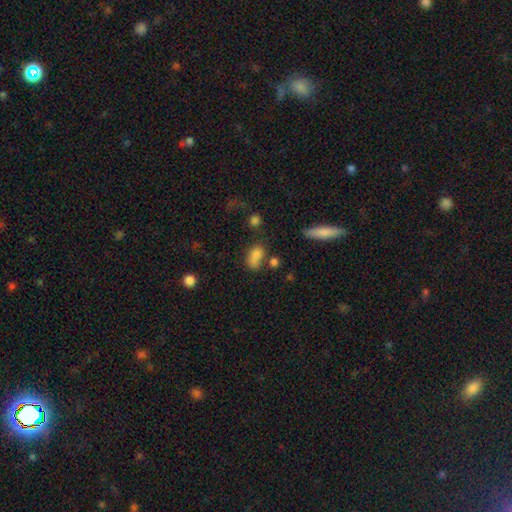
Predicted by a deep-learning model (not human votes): This appears to be a smooth galaxy with no disk features (77%) that is in between round and cigar-shaped (80%). Merging: none (42%).